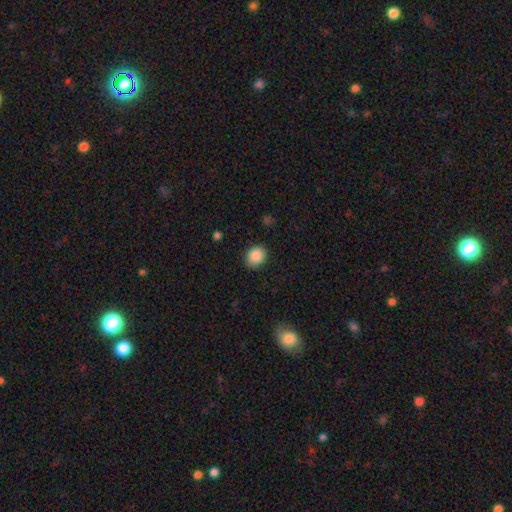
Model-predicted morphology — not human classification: Smooth or featured? smooth (88%)
How rounded? round (59%)
Merging? none (85%)